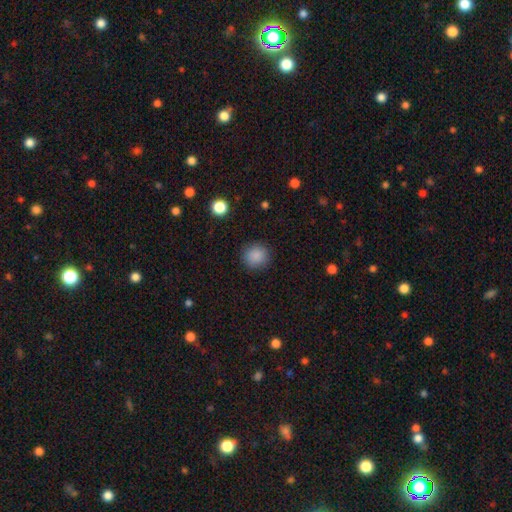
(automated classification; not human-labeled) This appears to be a smooth galaxy with no disk features (87%) that is round (91%). Merging: none (88%).